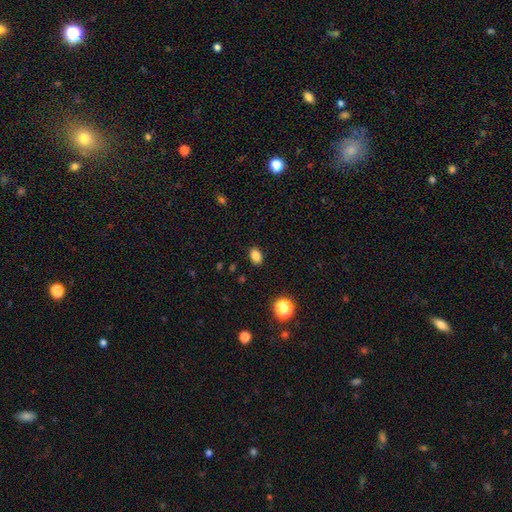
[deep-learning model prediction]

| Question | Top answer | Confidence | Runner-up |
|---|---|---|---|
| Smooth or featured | smooth | 83% | star or artifact (12%) |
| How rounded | in between | 78% | round (21%) |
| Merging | none | 88% | minor disturbance (8%) |